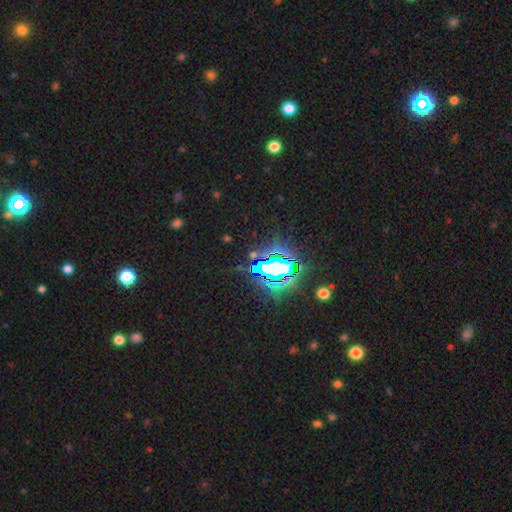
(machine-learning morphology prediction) Smooth or featured? Predicted: star or artifact (p=0.77).